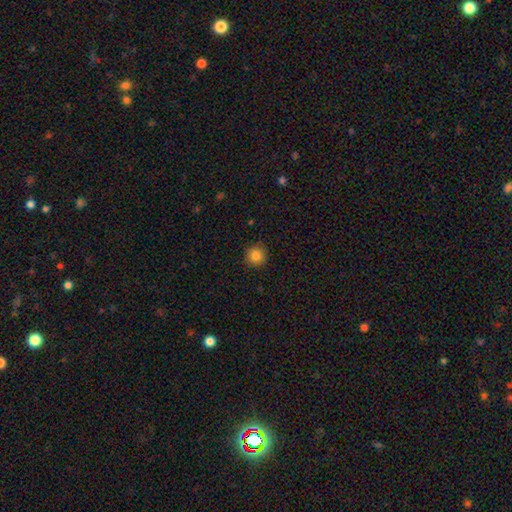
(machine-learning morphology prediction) smooth-or-featured: smooth: 84% | star or artifact: 11% | featured or disk: 5%
  how-rounded: round: 93% | in between: 6% | cigar-shaped: 1%
  merging: none: 89% | minor disturbance: 8% | major disturbance: 2% | merger: 1%